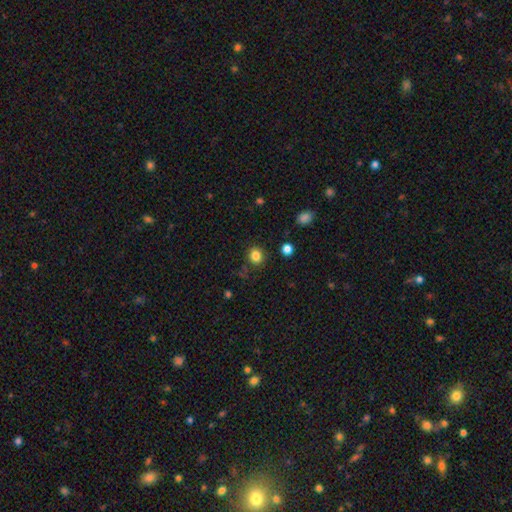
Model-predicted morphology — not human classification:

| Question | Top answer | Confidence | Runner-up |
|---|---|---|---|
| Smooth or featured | smooth | 84% | star or artifact (11%) |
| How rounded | round | 71% | in between (28%) |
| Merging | none | 84% | minor disturbance (11%) |